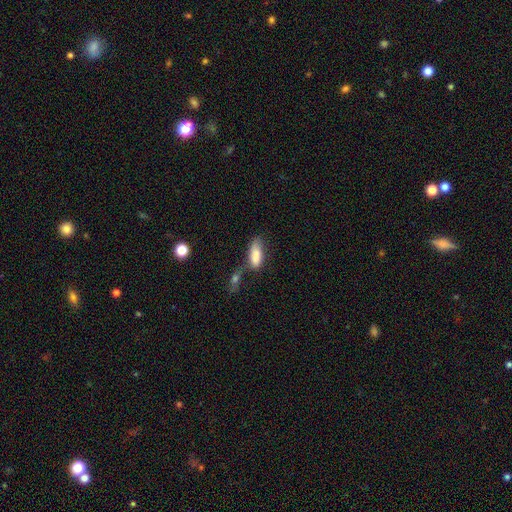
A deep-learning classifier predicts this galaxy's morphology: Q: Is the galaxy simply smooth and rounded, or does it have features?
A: smooth — 82%.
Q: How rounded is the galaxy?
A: in between — 79%.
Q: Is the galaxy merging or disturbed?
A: none — 36%.